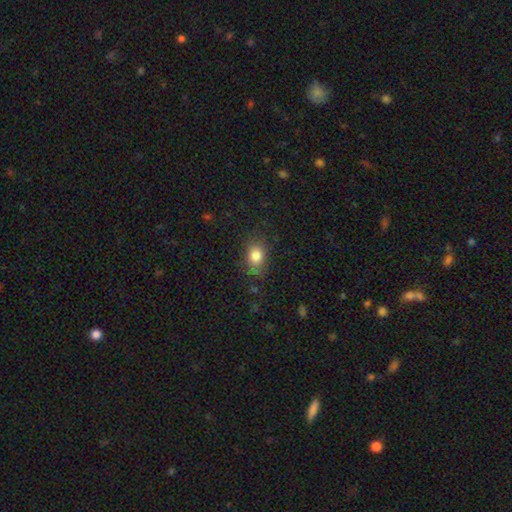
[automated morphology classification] Overall: smooth (82%). How rounded: in between (62%; round 36%). Merging: none (75%).